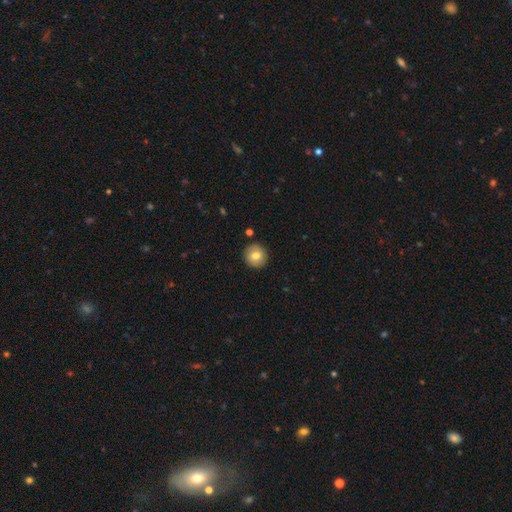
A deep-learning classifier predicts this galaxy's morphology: A smooth galaxy with no disk features (78%) that is round (93%). Merging: none (91%).